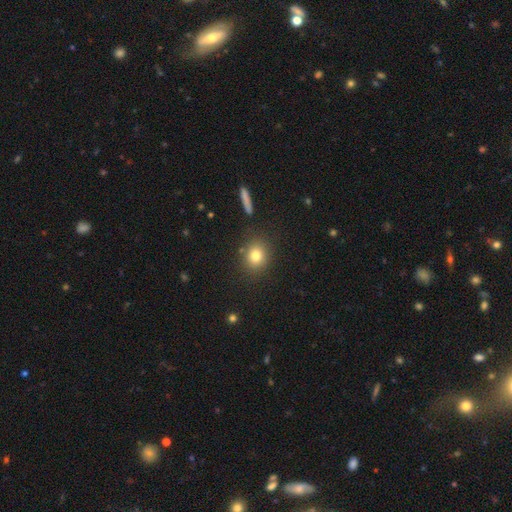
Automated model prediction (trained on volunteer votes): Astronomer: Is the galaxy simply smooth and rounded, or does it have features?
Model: smooth — 80%.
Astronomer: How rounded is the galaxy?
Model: round — 70%.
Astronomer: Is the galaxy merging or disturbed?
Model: none — 84%.